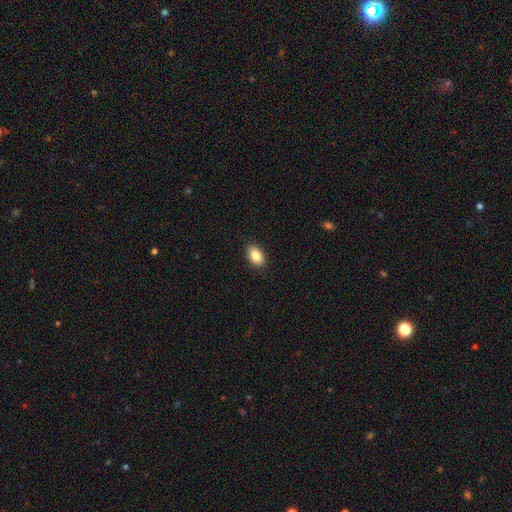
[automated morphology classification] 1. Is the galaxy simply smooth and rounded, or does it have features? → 86% smooth, 8% star or artifact, 6% featured or disk.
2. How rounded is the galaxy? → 88% in between, 10% round, 1% cigar-shaped.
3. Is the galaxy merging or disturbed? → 90% none, 7% minor disturbance, 2% major disturbance, 1% merger.